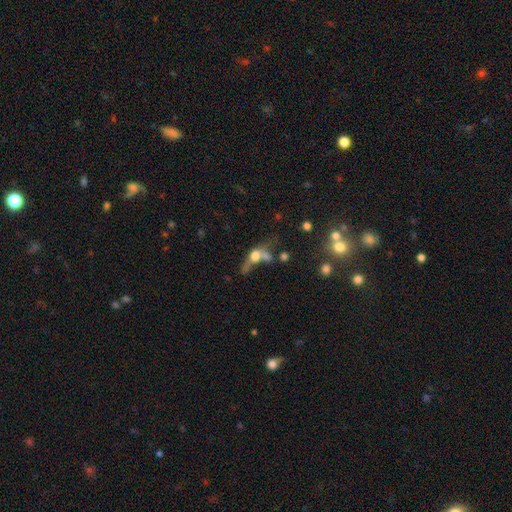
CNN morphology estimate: Smooth or featured? Predicted: smooth (p=0.49). Merging? Predicted: merger (p=0.43).